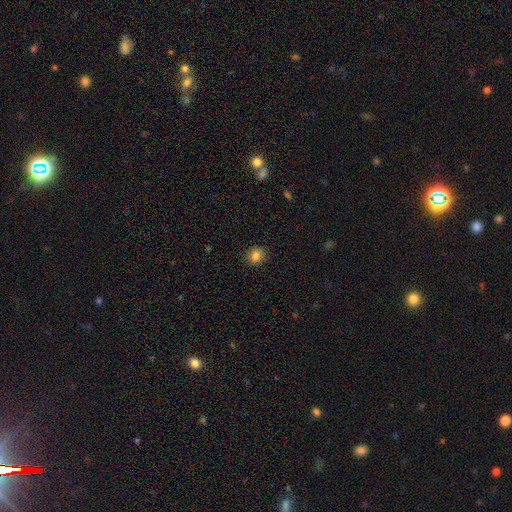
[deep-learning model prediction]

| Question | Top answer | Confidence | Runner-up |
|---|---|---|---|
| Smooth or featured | smooth | 83% | star or artifact (11%) |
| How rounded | round | 74% | in between (25%) |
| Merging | none | 89% | minor disturbance (8%) |